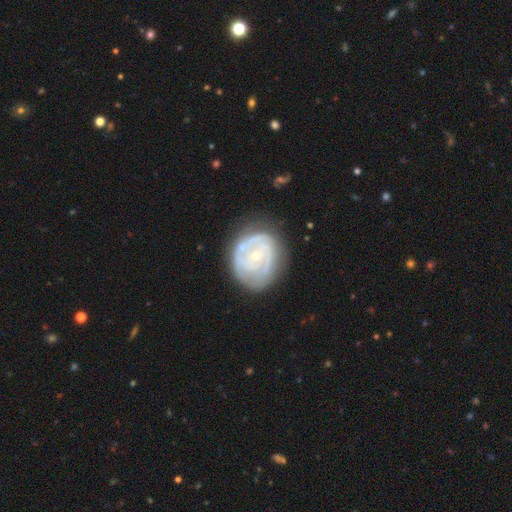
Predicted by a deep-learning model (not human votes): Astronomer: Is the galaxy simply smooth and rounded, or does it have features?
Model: featured or disk — 75%.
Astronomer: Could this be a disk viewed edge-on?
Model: no — 97%.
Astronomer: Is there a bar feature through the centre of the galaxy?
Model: no — 75%.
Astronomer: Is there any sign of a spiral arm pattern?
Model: yes — 74%.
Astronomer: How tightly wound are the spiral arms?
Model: tight — 65%.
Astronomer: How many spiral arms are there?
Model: can't tell — 40% (runner-up: 2, 33%).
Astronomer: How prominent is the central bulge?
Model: small — 73%.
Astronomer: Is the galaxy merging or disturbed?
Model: none — 63%.